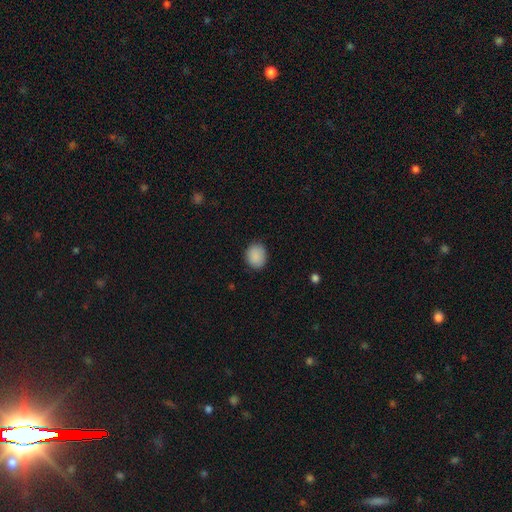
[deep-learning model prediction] smooth_or_featured: smooth (p=0.89) [alt: star or artifact p=0.08]
how_rounded: round (p=0.62) [alt: in between p=0.37]
merging: none (p=0.86) [alt: minor disturbance p=0.11]